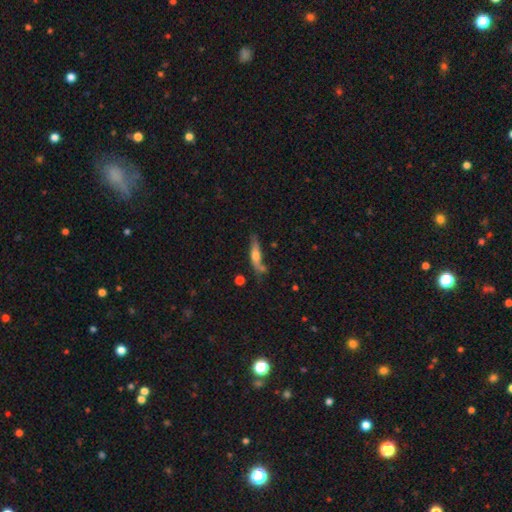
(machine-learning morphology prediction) This appears to be a smooth galaxy with no disk features (53%) that is cigar-shaped (76%). Merging: none (59%).